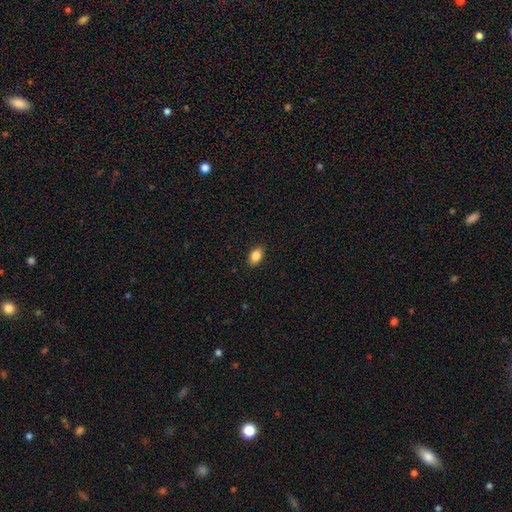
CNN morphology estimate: Smooth or featured?
  - smooth: 86% *
  - star or artifact: 9%
  - featured or disk: 6%
How rounded?
  - in between: 86% *
  - round: 12%
  - cigar-shaped: 2%
Merging?
  - none: 89% *
  - minor disturbance: 8%
  - major disturbance: 2%
  - merger: 1%